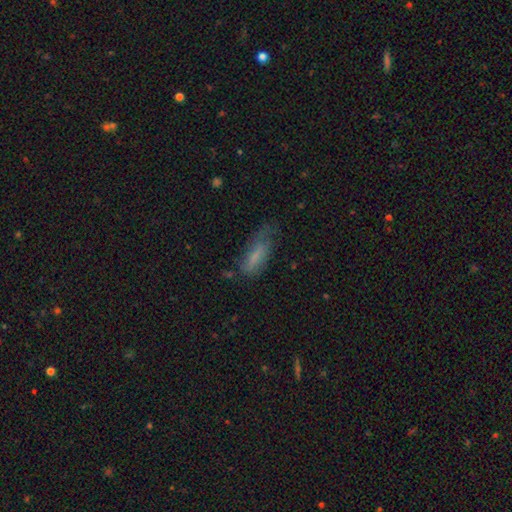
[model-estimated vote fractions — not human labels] A smooth galaxy with no disk features (68%) that is in between round and cigar-shaped (53%). Merging: none (47%).